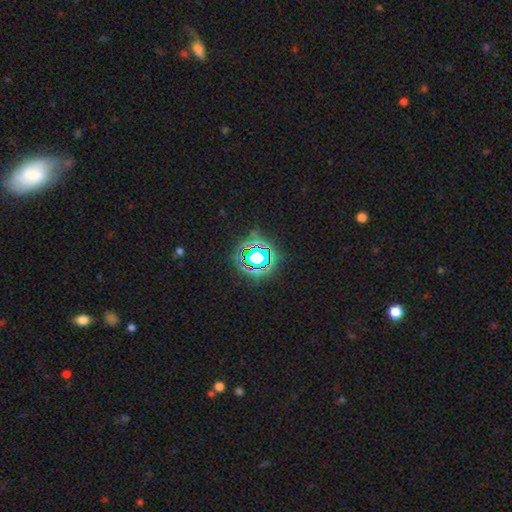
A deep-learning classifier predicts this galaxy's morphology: Smooth or featured: star or artifact — 64% (smooth — 23%)